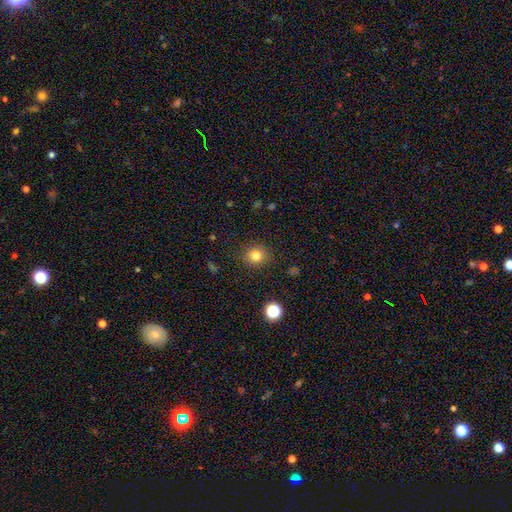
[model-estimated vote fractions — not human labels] Q: Smooth or featured?
A: smooth (81%); runner-up: star or artifact (13%)
Q: How rounded?
A: round (86%); runner-up: in between (13%)
Q: Merging?
A: none (89%); runner-up: minor disturbance (7%)